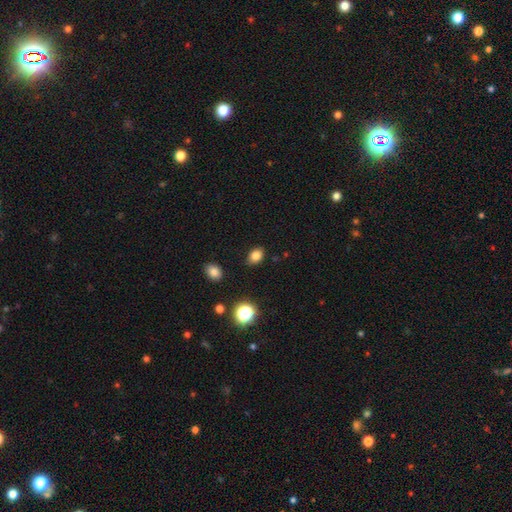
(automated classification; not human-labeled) This is clearly a smooth galaxy (82%). How rounded: likely in between (72%). Merging: clearly none (84%).